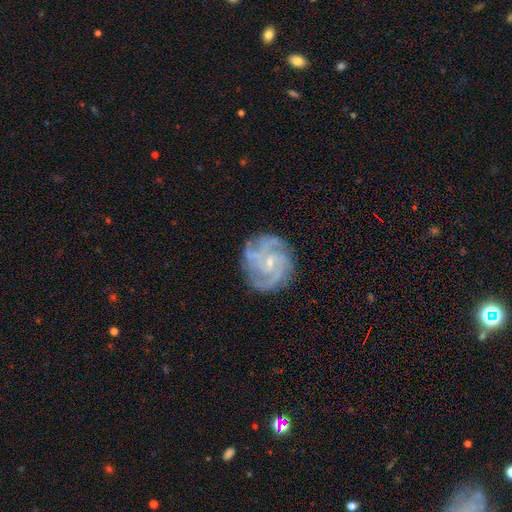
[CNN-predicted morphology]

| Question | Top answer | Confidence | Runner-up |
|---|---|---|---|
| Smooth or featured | featured or disk | 86% | smooth (7%) |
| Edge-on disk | no | 98% | yes (2%) |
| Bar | no | 54% | weak (39%) |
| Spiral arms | yes | 97% | no (3%) |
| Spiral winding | tight | 53% | medium (39%) |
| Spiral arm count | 4 | 31% | 3 (25%) |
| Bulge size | small | 78% | moderate (17%) |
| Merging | none | 78% | minor disturbance (15%) |